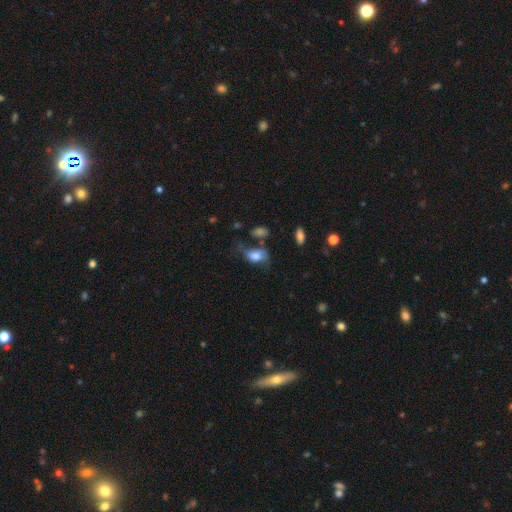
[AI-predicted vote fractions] smooth 61%, featured or disk 29%, star or artifact 9%. Down the decision tree: how rounded — in between (84%); merging — none (38%).